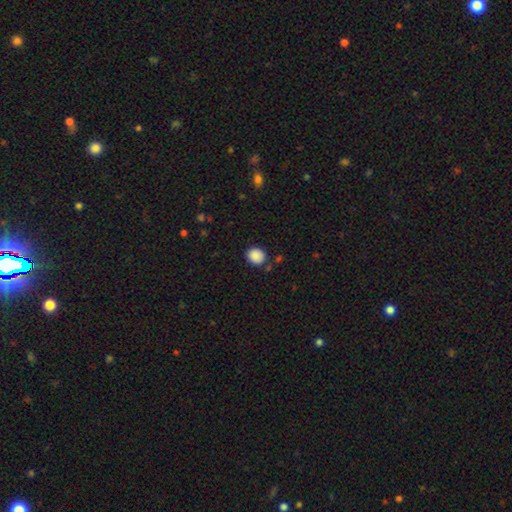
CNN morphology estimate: A smooth galaxy with no disk features (89%) that is round (69%). Merging: none (83%).